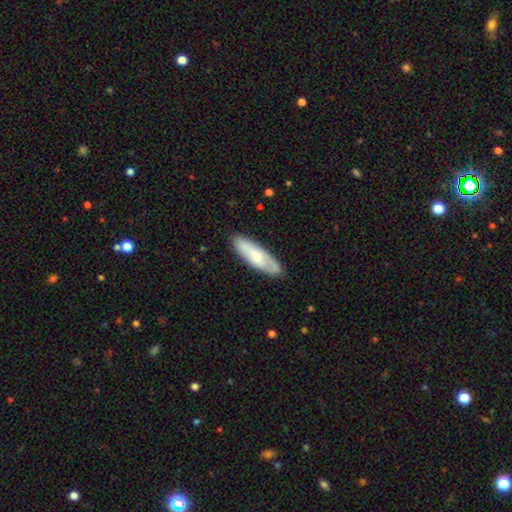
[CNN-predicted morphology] Overall: smooth (56%; featured or disk 38%). How rounded: in between (50%; cigar-shaped 48%). Merging: none (84%).